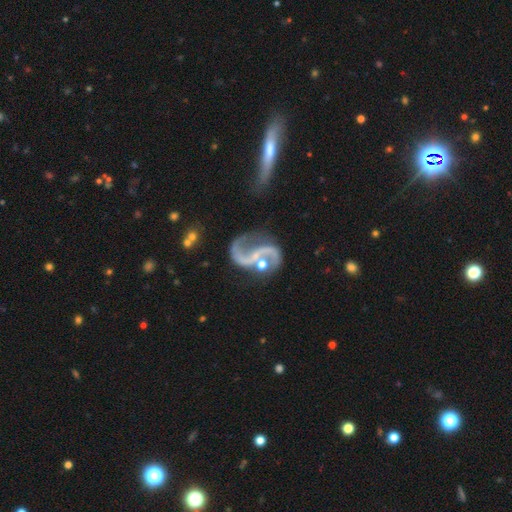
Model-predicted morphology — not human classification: A featured or disk galaxy (92%) with no bar (43%), 2 (92%) loose (66%) spiral arms (97%) and a small central bulge (62%). Merging: none (55%).